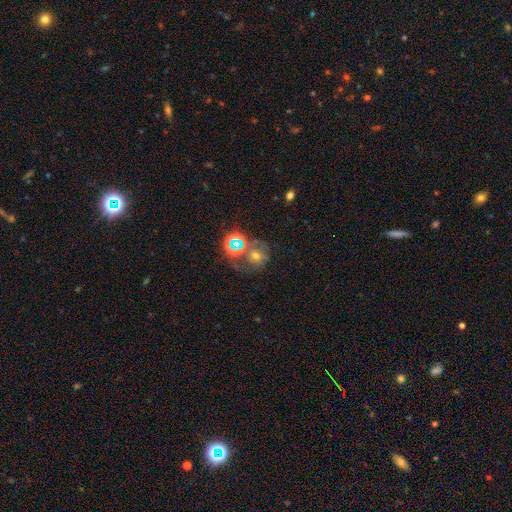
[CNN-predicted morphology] smooth_or_featured: smooth (p=0.40) [alt: star or artifact p=0.32]
merging: none (p=0.47) [alt: merger p=0.24]